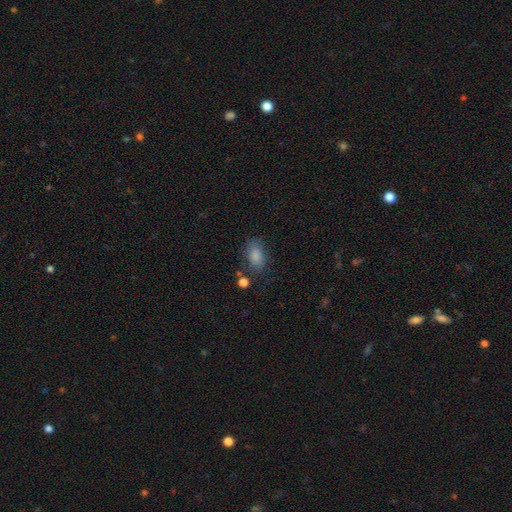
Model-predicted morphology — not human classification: Smooth or featured?
  - smooth: 83% *
  - star or artifact: 9%
  - featured or disk: 8%
How rounded?
  - in between: 84% *
  - round: 14%
  - cigar-shaped: 2%
Merging?
  - none: 67% *
  - minor disturbance: 21%
  - major disturbance: 8%
  - merger: 5%